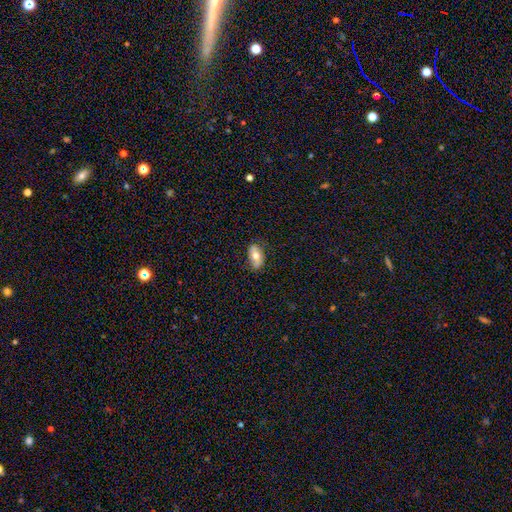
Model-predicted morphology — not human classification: smooth-or-featured: smooth: 66% | featured or disk: 27% | star or artifact: 7%
  how-rounded: in between: 91% | round: 5% | cigar-shaped: 4%
  merging: none: 79% | minor disturbance: 17% | major disturbance: 4% | merger: 1%